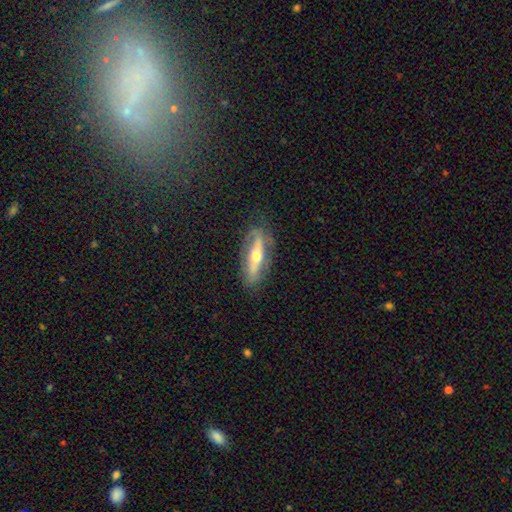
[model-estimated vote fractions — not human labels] featured or disk 69%, smooth 24%, star or artifact 7%. Down the decision tree: edge-on disk — no (52%); merging — none (74%).